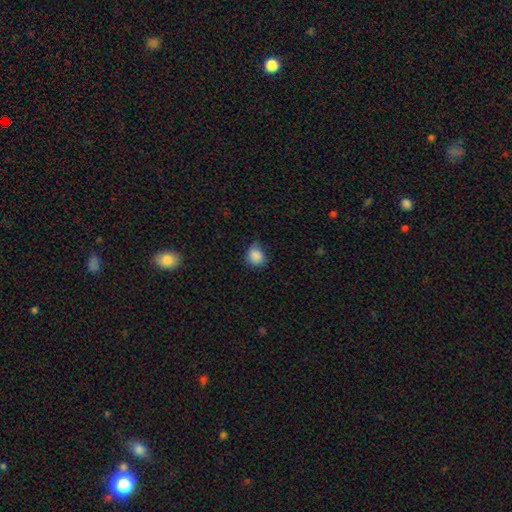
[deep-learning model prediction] Q: Smooth or featured?
A: smooth (87%); runner-up: star or artifact (9%)
Q: How rounded?
A: round (76%); runner-up: in between (23%)
Q: Merging?
A: none (68%); runner-up: minor disturbance (26%)